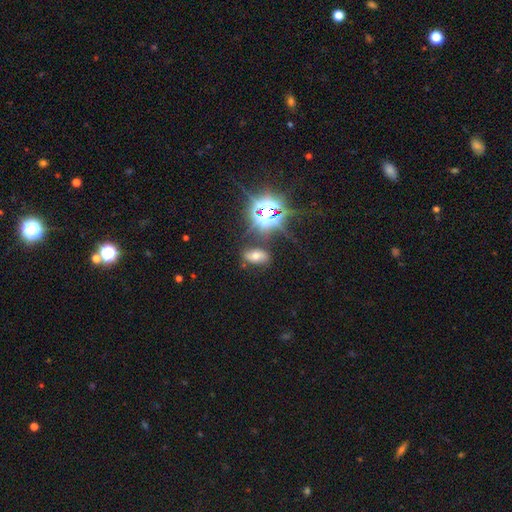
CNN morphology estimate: type=smooth (45%); merging=none (77%).